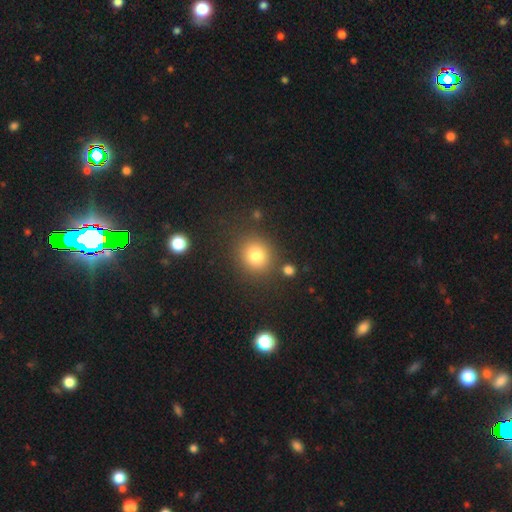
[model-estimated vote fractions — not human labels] This is likely a smooth galaxy (80%). How rounded: clearly round (84%). Merging: clearly none (83%).